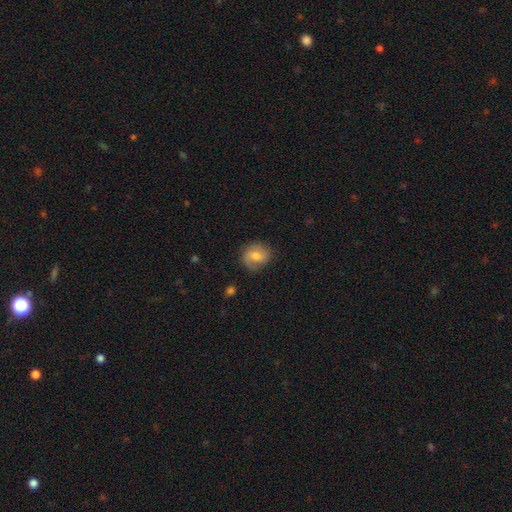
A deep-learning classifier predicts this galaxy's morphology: This is possibly a smooth galaxy (53%). How rounded: likely round (69%). Merging: likely none (74%).